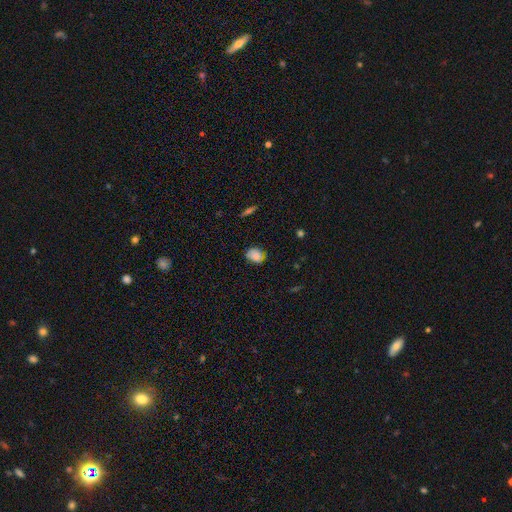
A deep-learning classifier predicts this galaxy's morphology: Smooth or featured? Predicted: smooth (p=0.86). How rounded? Predicted: in between (p=0.63). Merging? Predicted: none (p=0.71).